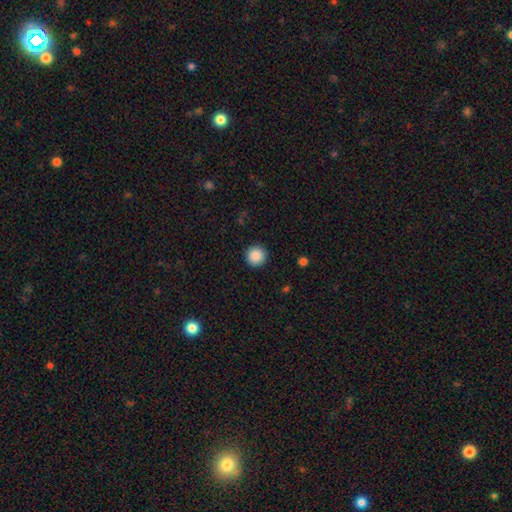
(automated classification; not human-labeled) Morphology: type=smooth (88%); roundness=round (96%); merging=none (92%).